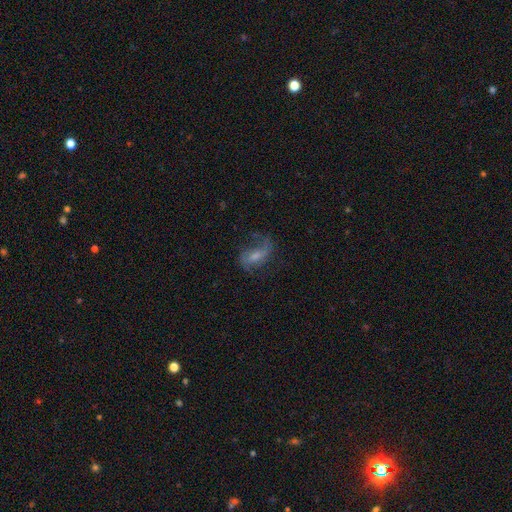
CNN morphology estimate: This appears to be a featured or disk galaxy (64%) with a weak bar (46%), 2 (71%) loose (65%) spiral arms (87%) and a moderate central bulge (42%). Merging: none (51%).